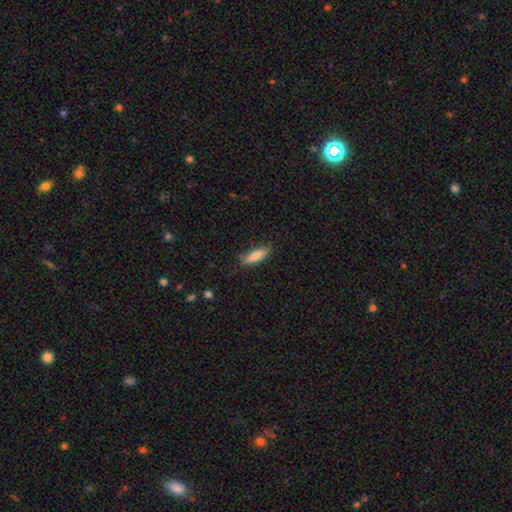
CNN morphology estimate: Smooth or featured?
  - smooth: 79% *
  - featured or disk: 15%
  - star or artifact: 6%
How rounded?
  - in between: 54% *
  - cigar-shaped: 44%
  - round: 2%
Merging?
  - none: 76% *
  - minor disturbance: 19%
  - major disturbance: 3%
  - merger: 2%